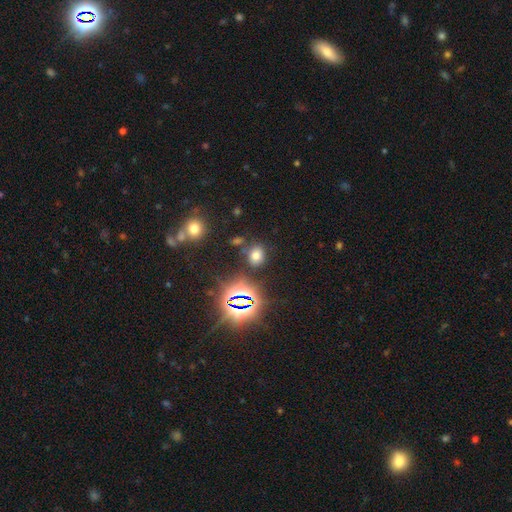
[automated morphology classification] type=smooth (63%); roundness=round (51%); merging=none (78%).